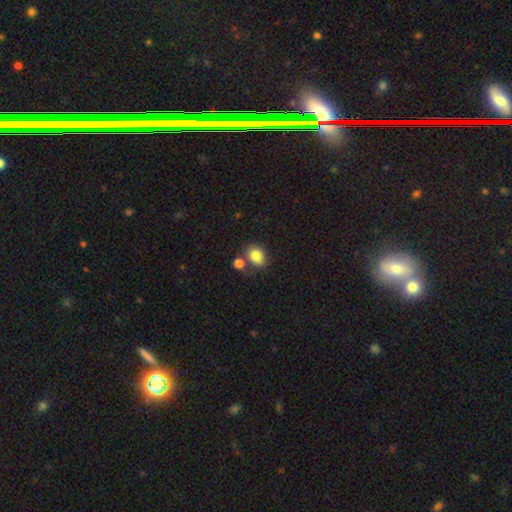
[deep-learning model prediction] Smooth or featured: smooth — 82% (star or artifact — 9%)
How rounded: in between — 52% (round — 47%)
Merging: none — 53% (merger — 26%)